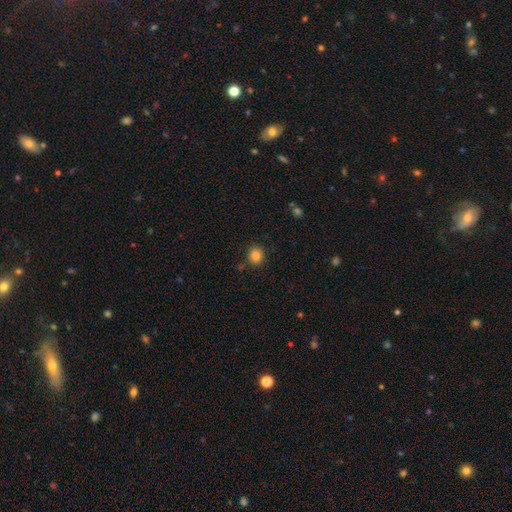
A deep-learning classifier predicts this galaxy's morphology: smooth_or_featured: smooth (p=0.84) [alt: star or artifact p=0.11]
how_rounded: round (p=0.80) [alt: in between p=0.19]
merging: none (p=0.84) [alt: minor disturbance p=0.10]